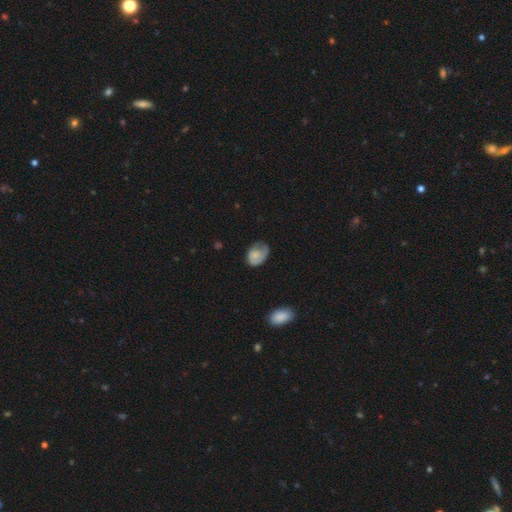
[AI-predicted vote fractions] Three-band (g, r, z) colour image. It shows a smooth galaxy with no disk features (64%) that is in between round and cigar-shaped (75%). Merging: none (46%).